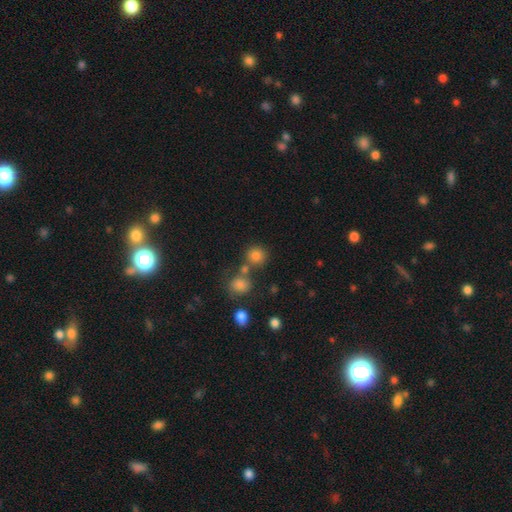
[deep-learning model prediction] Q: Smooth or featured?
A: smooth (80%); runner-up: star or artifact (13%)
Q: How rounded?
A: round (88%); runner-up: in between (11%)
Q: Merging?
A: none (66%); runner-up: merger (21%)